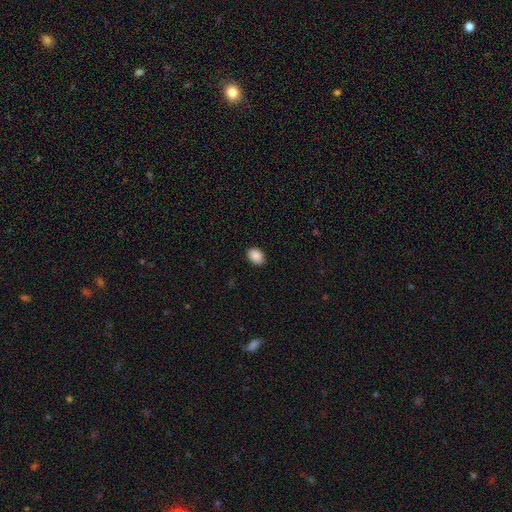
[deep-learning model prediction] Smooth or featured?
  - smooth: 89% *
  - star or artifact: 8%
  - featured or disk: 3%
How rounded?
  - in between: 79% *
  - round: 20%
  - cigar-shaped: 1%
Merging?
  - none: 86% *
  - minor disturbance: 11%
  - major disturbance: 2%
  - merger: 1%